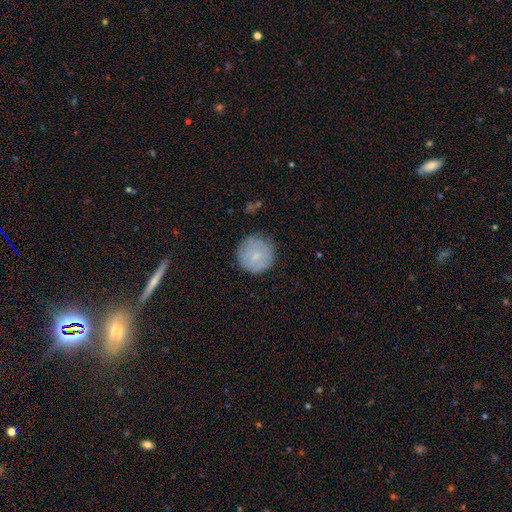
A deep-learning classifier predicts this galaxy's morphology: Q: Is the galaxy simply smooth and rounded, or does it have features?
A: smooth — 75%.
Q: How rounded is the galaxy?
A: round — 95%.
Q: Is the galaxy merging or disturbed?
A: none — 83%.